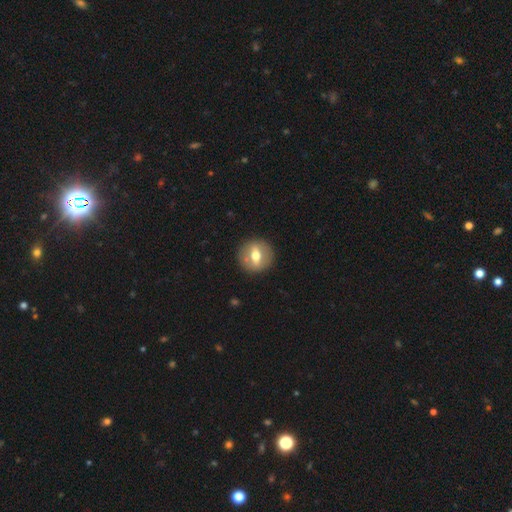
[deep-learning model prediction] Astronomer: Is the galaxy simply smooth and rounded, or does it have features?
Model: featured or disk — 47% (runner-up: smooth, 45%).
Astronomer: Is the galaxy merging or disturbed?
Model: none — 88%.